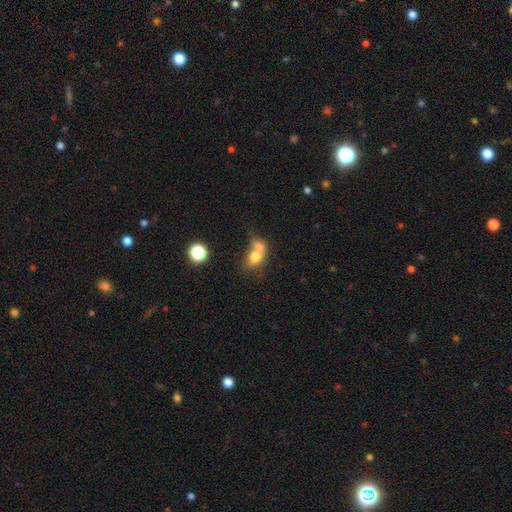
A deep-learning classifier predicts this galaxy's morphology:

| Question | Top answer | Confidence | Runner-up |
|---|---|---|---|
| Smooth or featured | smooth | 72% | featured or disk (17%) |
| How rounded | in between | 64% | round (34%) |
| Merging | merger | 62% | none (21%) |